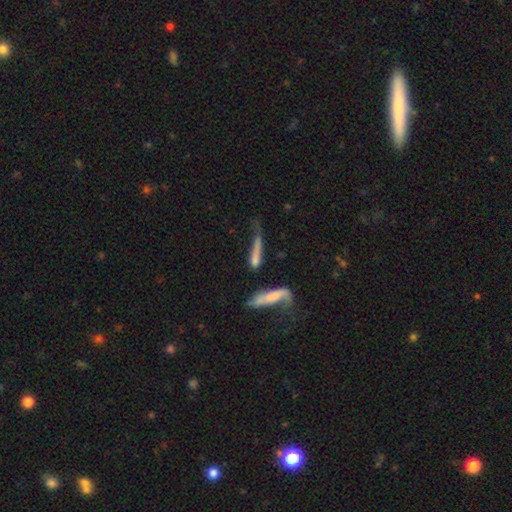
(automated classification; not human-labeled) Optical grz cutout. It shows a smooth galaxy with no disk features (62%) that is cigar-shaped (81%). Merging: none (30%).